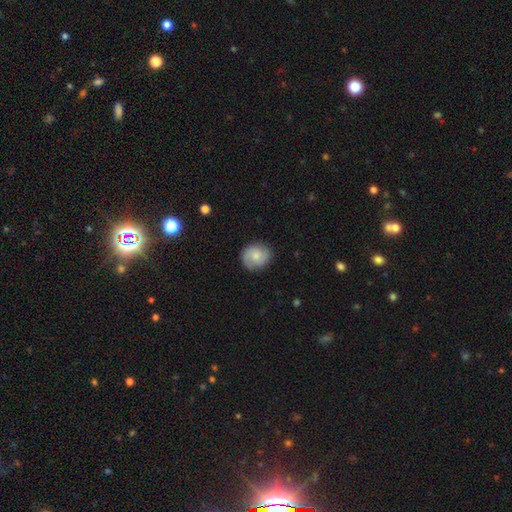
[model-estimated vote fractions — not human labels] Smooth or featured?
  - smooth: 53% *
  - featured or disk: 40%
  - star or artifact: 7%
How rounded?
  - round: 79% *
  - in between: 20%
  - cigar-shaped: 1%
Merging?
  - none: 84% *
  - minor disturbance: 12%
  - major disturbance: 3%
  - merger: 1%